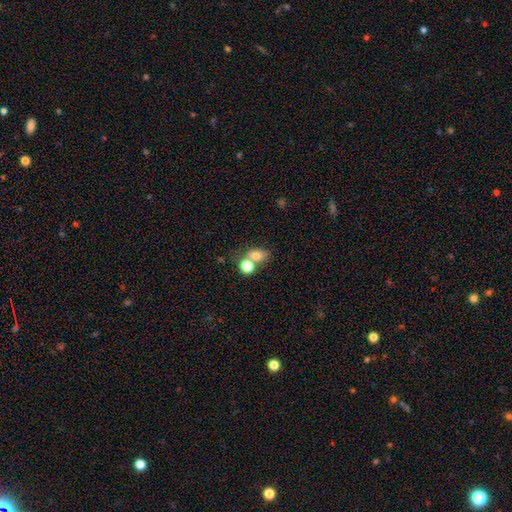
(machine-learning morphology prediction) The model was most divided on "merging": merger: 43%, none: 41%, minor disturbance: 10%, major disturbance: 6%. More confident: smooth or featured — smooth (75%); how rounded — in between (60%).